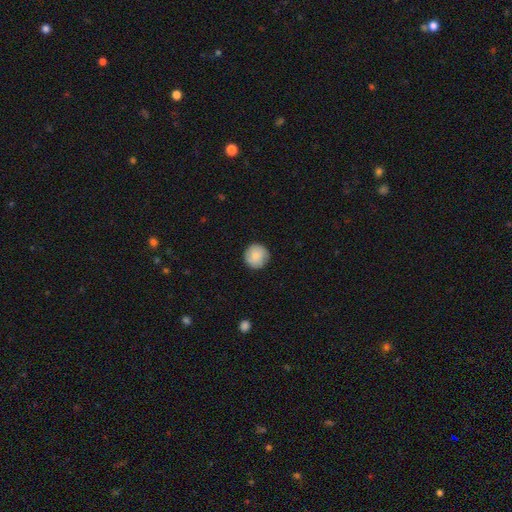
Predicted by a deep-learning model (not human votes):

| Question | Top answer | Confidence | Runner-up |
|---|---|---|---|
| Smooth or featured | smooth | 86% | featured or disk (8%) |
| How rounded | round | 95% | in between (4%) |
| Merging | none | 89% | minor disturbance (8%) |